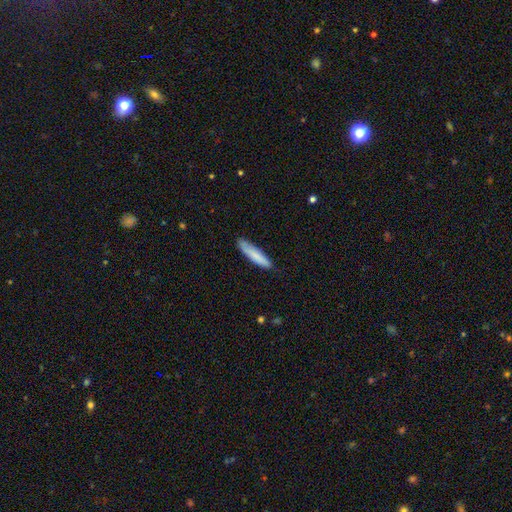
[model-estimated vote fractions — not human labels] Smooth or featured: smooth — 81% (featured or disk — 14%)
How rounded: cigar-shaped — 83% (in between — 16%)
Merging: none — 79% (minor disturbance — 17%)